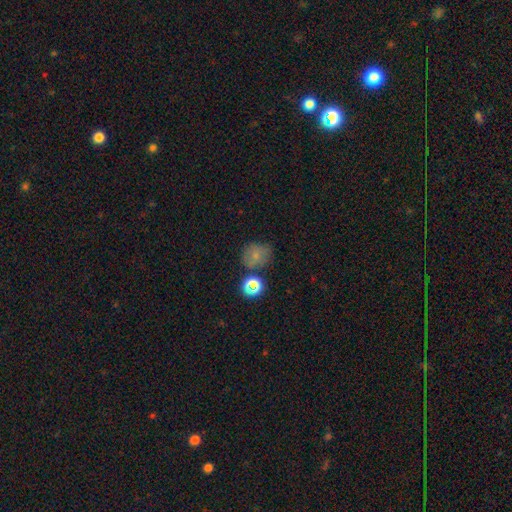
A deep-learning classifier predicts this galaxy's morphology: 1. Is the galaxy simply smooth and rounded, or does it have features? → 69% smooth, 18% star or artifact, 13% featured or disk.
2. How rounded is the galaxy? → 71% round, 28% in between, 1% cigar-shaped.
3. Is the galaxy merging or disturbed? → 62% none, 19% minor disturbance, 12% merger, 8% major disturbance.